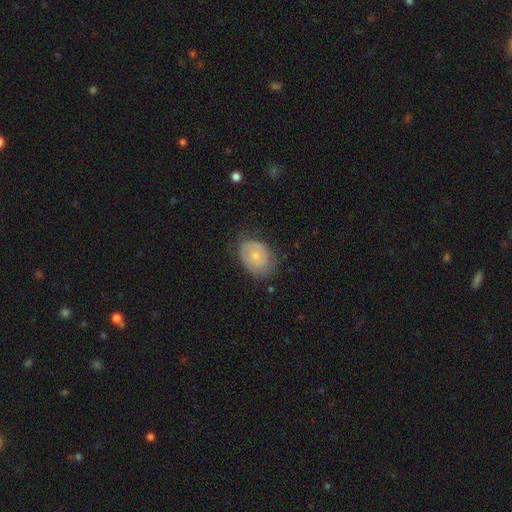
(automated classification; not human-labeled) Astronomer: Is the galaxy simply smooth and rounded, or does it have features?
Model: smooth — 61%.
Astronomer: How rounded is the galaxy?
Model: in between — 75%.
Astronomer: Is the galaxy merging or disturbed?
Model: none — 64%.